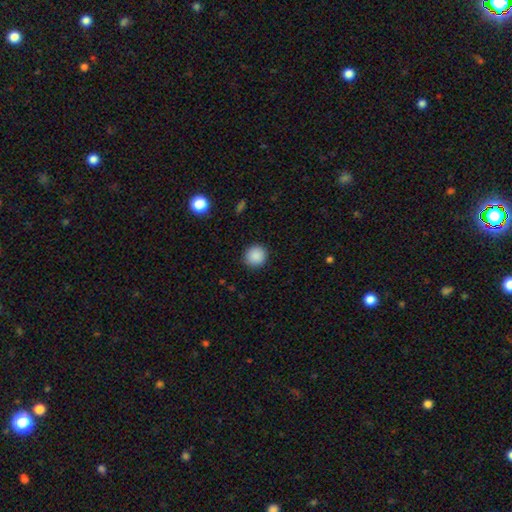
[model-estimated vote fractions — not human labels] Q: Smooth or featured?
A: smooth (89%); runner-up: star or artifact (9%)
Q: How rounded?
A: round (93%); runner-up: in between (7%)
Q: Merging?
A: none (91%); runner-up: minor disturbance (6%)